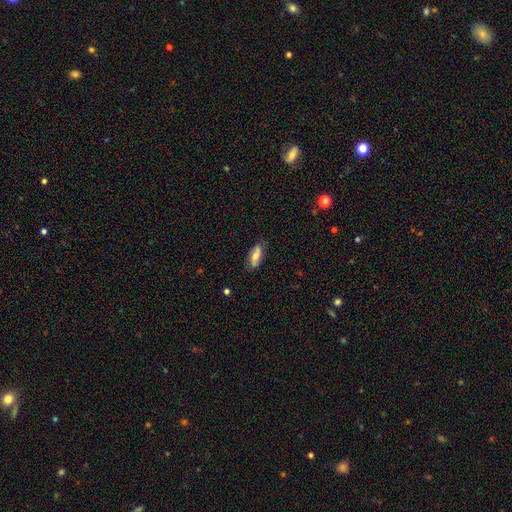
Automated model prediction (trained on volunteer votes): Smooth or featured? Predicted: smooth (p=0.60). How rounded? Predicted: in between (p=0.79). Merging? Predicted: none (p=0.75).